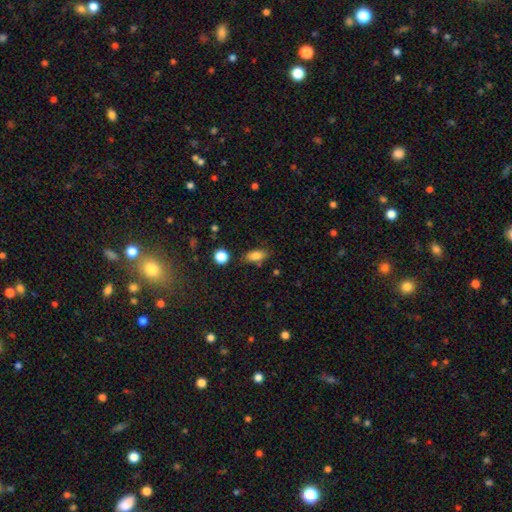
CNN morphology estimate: Smooth or featured? Predicted: smooth (p=0.83). How rounded? Predicted: in between (p=0.87). Merging? Predicted: none (p=0.75).